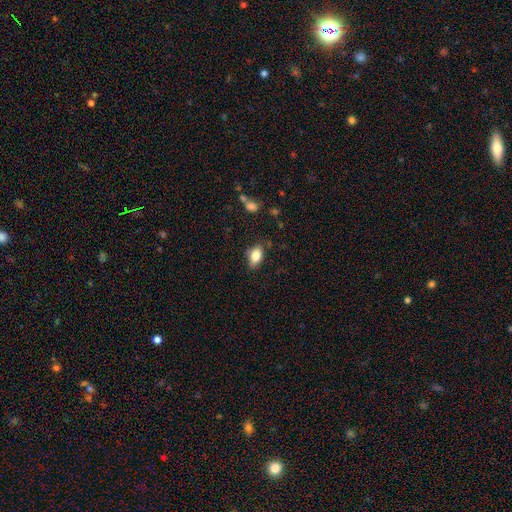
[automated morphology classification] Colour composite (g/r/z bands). It shows a smooth galaxy with no disk features (82%) that is in between round and cigar-shaped (85%). Merging: none (79%).